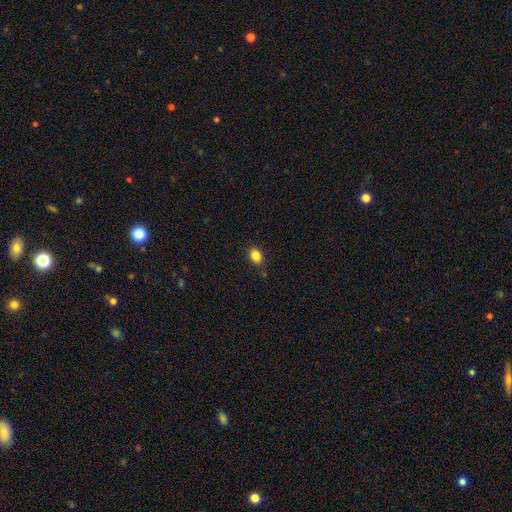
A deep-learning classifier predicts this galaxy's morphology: smooth-or-featured: smooth: 85% | star or artifact: 9% | featured or disk: 5%
  how-rounded: in between: 78% | round: 21% | cigar-shaped: 1%
  merging: none: 84% | minor disturbance: 11% | major disturbance: 2% | merger: 2%